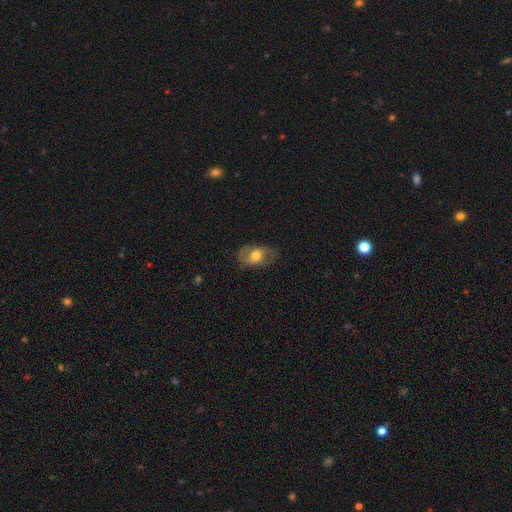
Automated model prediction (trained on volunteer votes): Overall: featured or disk (49%; smooth 42%). Merging: none (69%).